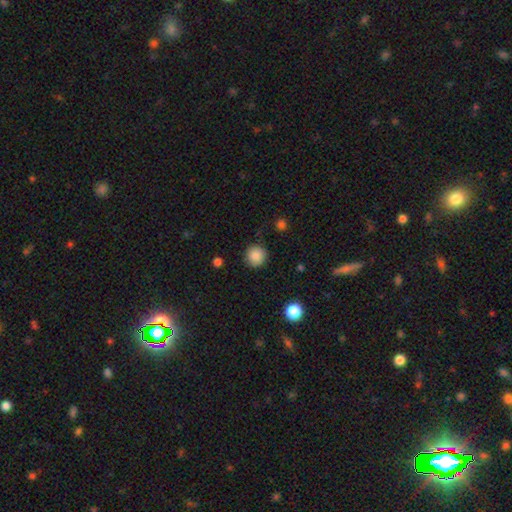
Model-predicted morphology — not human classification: type=smooth (87%); roundness=round (94%); merging=none (89%).